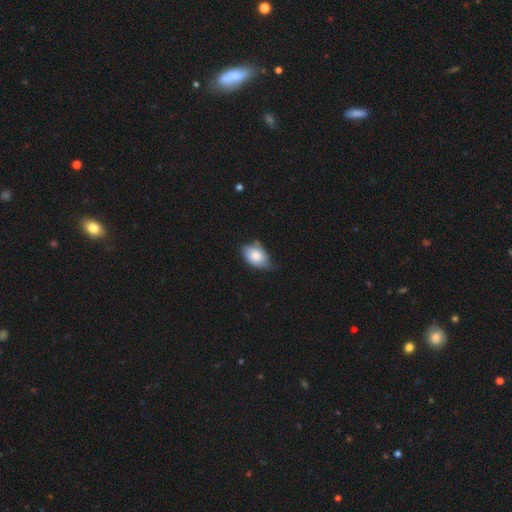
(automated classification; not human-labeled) Morphology: type=smooth (80%); roundness=in between (88%); merging=none (49%).